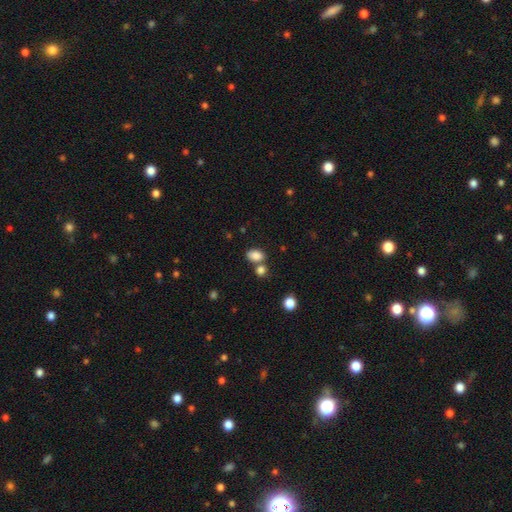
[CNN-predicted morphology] smooth 85%, star or artifact 10%, featured or disk 5%. Down the decision tree: how rounded — in between (80%); merging — none (58%).